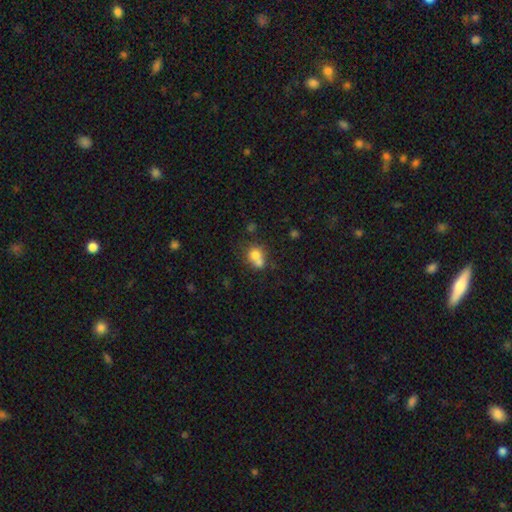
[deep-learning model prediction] Smooth or featured?
  - smooth: 72% *
  - featured or disk: 17%
  - star or artifact: 12%
How rounded?
  - round: 67% *
  - in between: 32%
  - cigar-shaped: 1%
Merging?
  - merger: 56% *
  - none: 30%
  - minor disturbance: 9%
  - major disturbance: 5%